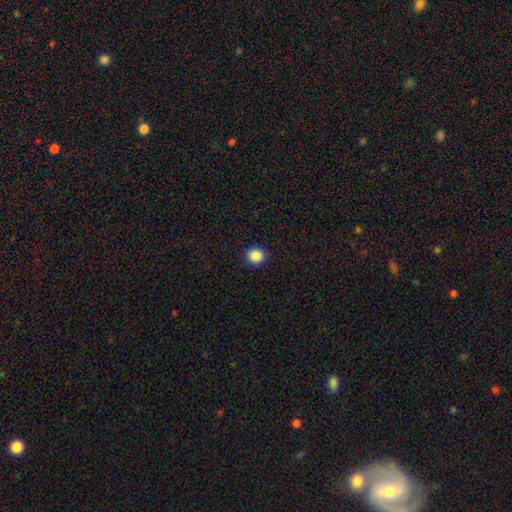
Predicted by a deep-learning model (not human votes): Morphology: type=smooth (87%); roundness=round (92%); merging=none (92%).